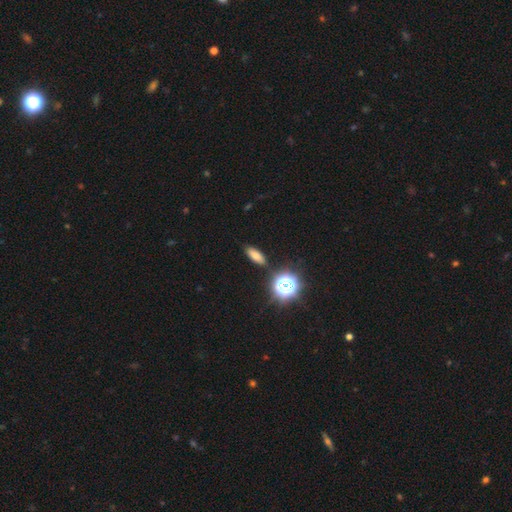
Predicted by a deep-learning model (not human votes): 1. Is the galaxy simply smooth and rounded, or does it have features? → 71% smooth, 19% star or artifact, 10% featured or disk.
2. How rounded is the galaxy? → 63% in between, 27% cigar-shaped, 10% round.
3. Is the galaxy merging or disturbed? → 85% none, 10% minor disturbance, 3% merger, 3% major disturbance.